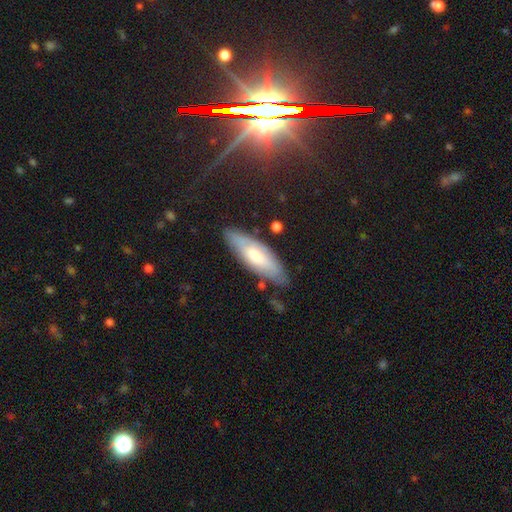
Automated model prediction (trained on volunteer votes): Morphology: type=smooth (58%); roundness=in between (56%); merging=none (77%).